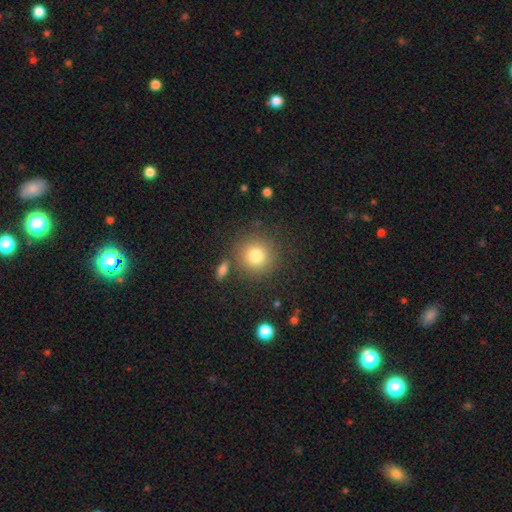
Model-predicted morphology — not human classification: smooth 81%, star or artifact 11%, featured or disk 8%. Down the decision tree: how rounded — round (92%); merging — none (82%).